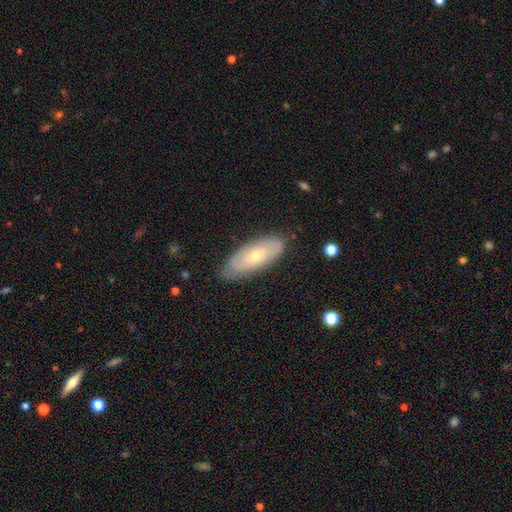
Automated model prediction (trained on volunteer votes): Smooth or featured? smooth (54%)
How rounded? in between (74%)
Merging? none (80%)